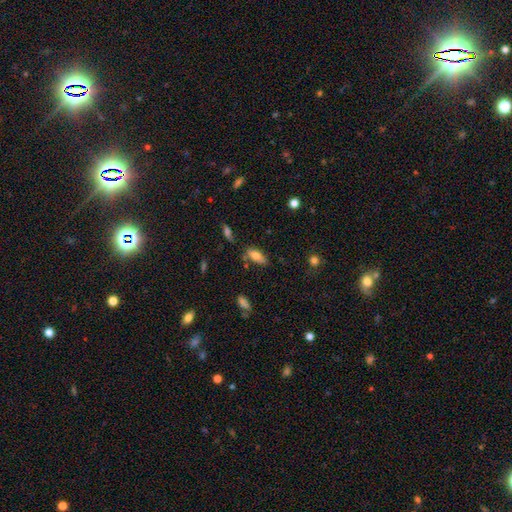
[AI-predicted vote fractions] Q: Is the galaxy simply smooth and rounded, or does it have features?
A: smooth — 71%.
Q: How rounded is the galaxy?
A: in between — 79%.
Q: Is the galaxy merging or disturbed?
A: none — 71%.